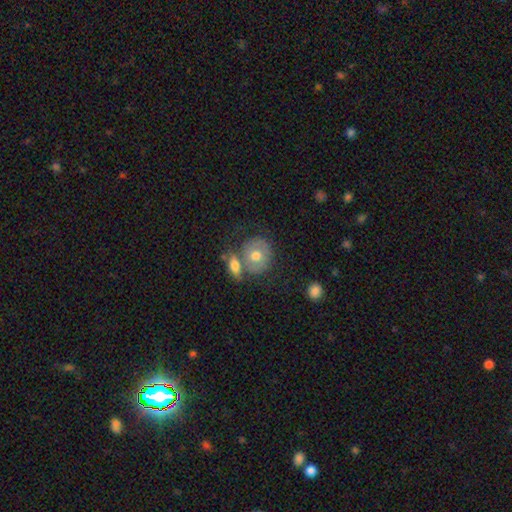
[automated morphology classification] This appears to be a smooth galaxy with no disk features (52%) that is round (73%). Merging: none (52%).